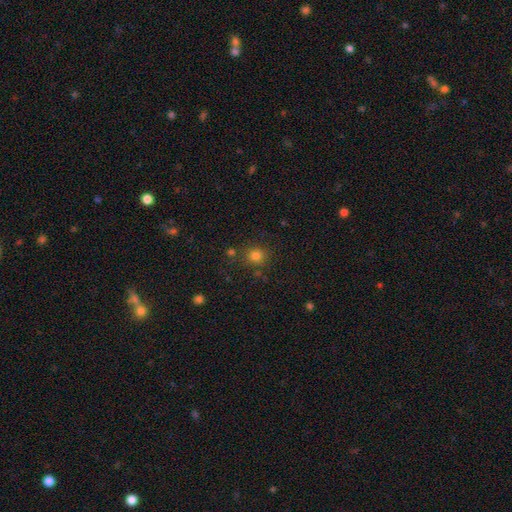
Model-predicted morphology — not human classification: This is likely a smooth galaxy (79%). How rounded: clearly round (86%). Merging: likely none (79%).